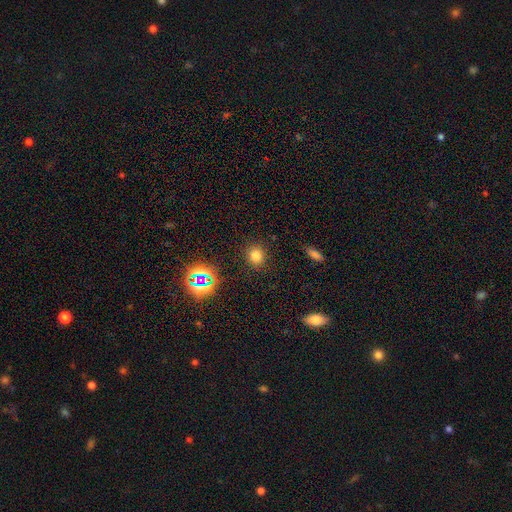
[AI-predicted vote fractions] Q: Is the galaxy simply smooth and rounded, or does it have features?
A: smooth — 74%.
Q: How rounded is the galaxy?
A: round — 80%.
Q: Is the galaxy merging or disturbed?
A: none — 88%.